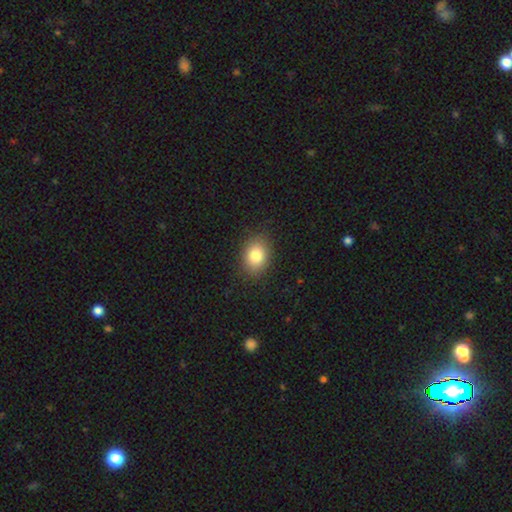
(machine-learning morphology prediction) type=smooth (82%); roundness=in between (68%); merging=none (87%).